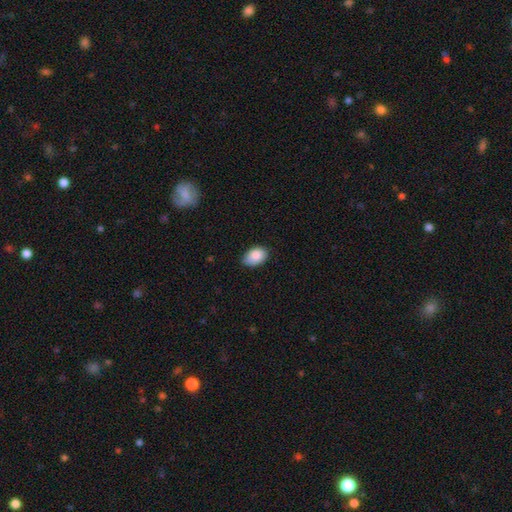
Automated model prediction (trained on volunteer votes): Q: Smooth or featured?
A: smooth (87%); runner-up: star or artifact (7%)
Q: How rounded?
A: in between (88%); runner-up: round (11%)
Q: Merging?
A: none (70%); runner-up: minor disturbance (25%)